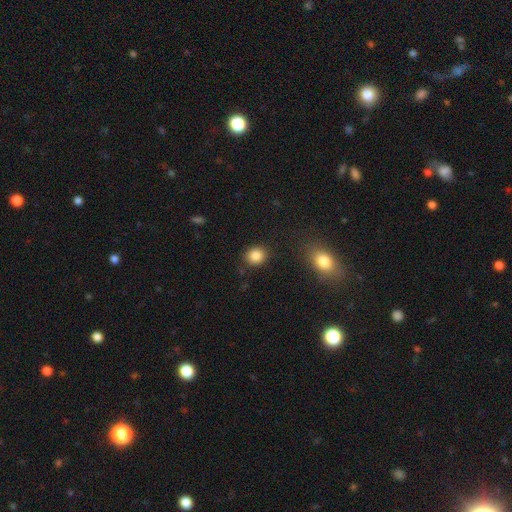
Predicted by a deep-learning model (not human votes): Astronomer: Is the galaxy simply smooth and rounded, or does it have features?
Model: smooth — 86%.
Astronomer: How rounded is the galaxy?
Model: round — 75%.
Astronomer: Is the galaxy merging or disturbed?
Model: none — 86%.